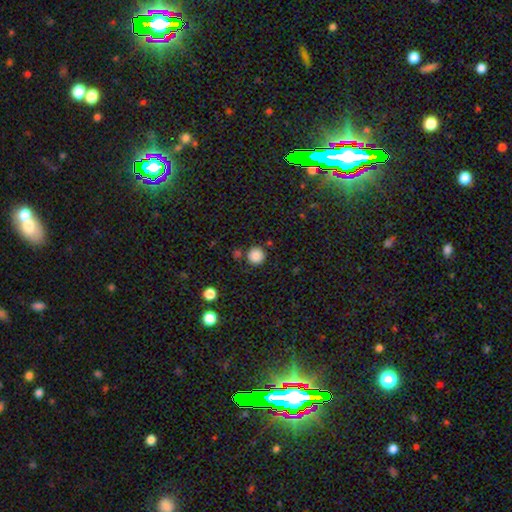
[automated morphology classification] Smooth or featured?
  - smooth: 86% *
  - star or artifact: 10%
  - featured or disk: 4%
How rounded?
  - round: 95% *
  - in between: 4%
  - cigar-shaped: 1%
Merging?
  - none: 85% *
  - minor disturbance: 7%
  - merger: 5%
  - major disturbance: 3%